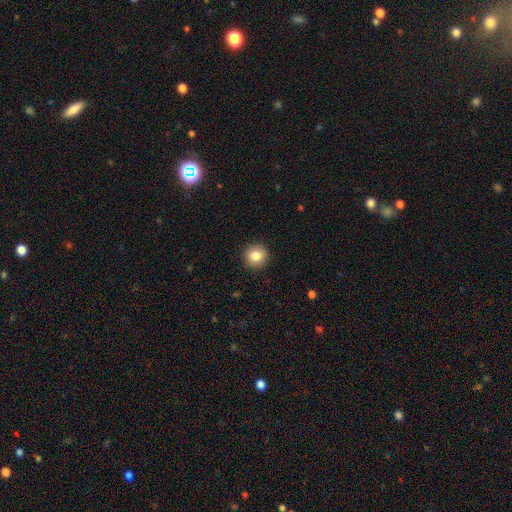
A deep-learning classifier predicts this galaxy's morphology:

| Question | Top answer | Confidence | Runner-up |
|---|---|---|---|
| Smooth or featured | smooth | 85% | star or artifact (9%) |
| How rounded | round | 93% | in between (6%) |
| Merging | none | 92% | minor disturbance (5%) |